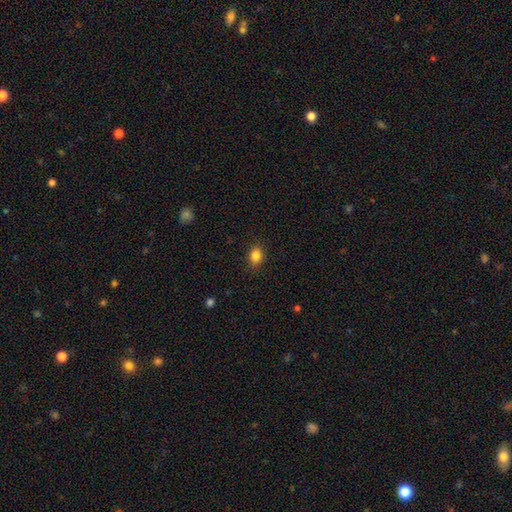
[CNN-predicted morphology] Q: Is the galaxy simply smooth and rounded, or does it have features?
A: smooth — 84%.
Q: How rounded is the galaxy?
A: in between — 60%.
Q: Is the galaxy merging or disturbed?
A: none — 87%.